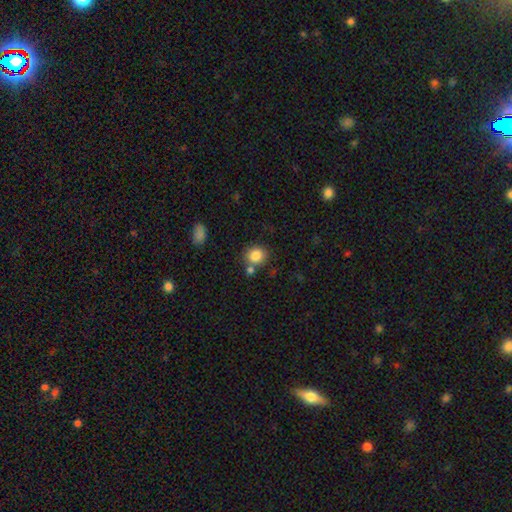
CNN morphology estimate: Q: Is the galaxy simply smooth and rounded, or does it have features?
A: smooth — 85%.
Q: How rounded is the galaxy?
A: round — 77%.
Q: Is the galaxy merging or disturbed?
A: none — 68%.